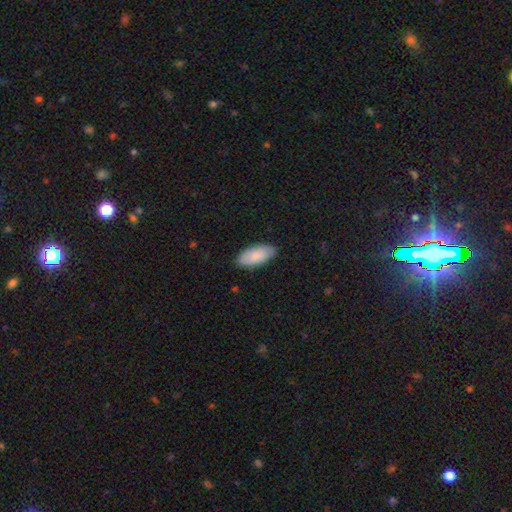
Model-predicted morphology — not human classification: smooth-or-featured: smooth: 86% | featured or disk: 9% | star or artifact: 5%
  how-rounded: in between: 91% | cigar-shaped: 7% | round: 2%
  merging: none: 85% | minor disturbance: 12% | major disturbance: 2% | merger: 1%